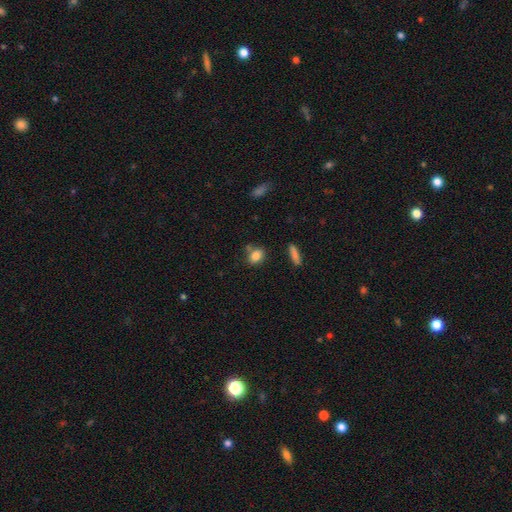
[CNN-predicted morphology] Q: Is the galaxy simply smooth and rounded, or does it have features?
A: smooth — 83%.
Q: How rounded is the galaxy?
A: in between — 73%.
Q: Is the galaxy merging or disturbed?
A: none — 68%.